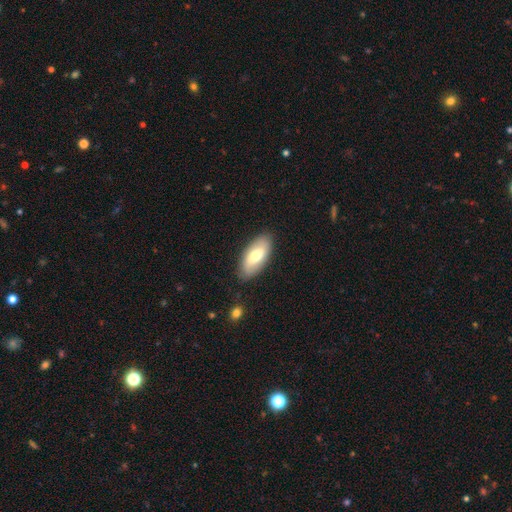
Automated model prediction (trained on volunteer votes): A smooth galaxy with no disk features (63%) that is in between round and cigar-shaped (90%).

Vote fractions:
- Smooth or featured? smooth: 63% / featured or disk: 32% / star or artifact: 5%
- How rounded? in between: 90% / cigar-shaped: 8% / round: 3%
- Merging? none: 86% / minor disturbance: 10% / major disturbance: 2% / merger: 1%